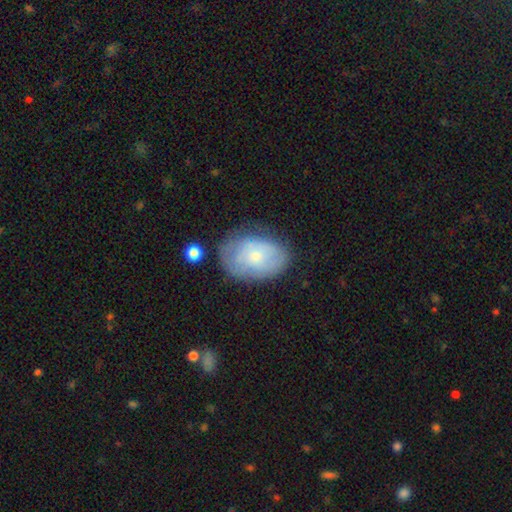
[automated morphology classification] type=smooth (56%); roundness=in between (79%); merging=none (62%).